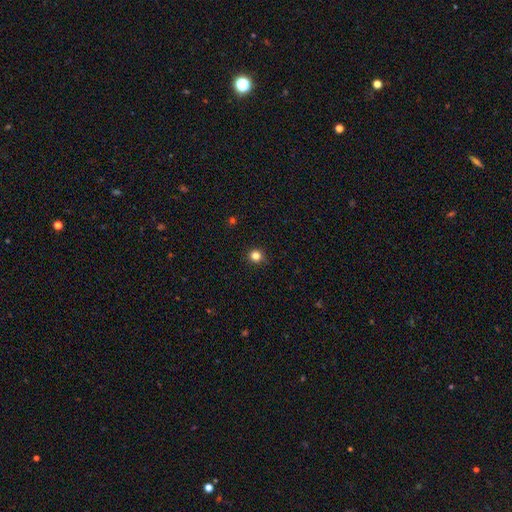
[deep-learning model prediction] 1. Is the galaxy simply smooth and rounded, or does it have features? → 82% smooth, 13% star or artifact, 4% featured or disk.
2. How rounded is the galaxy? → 94% round, 5% in between, 1% cigar-shaped.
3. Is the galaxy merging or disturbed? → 91% none, 6% minor disturbance, 2% major disturbance, 1% merger.